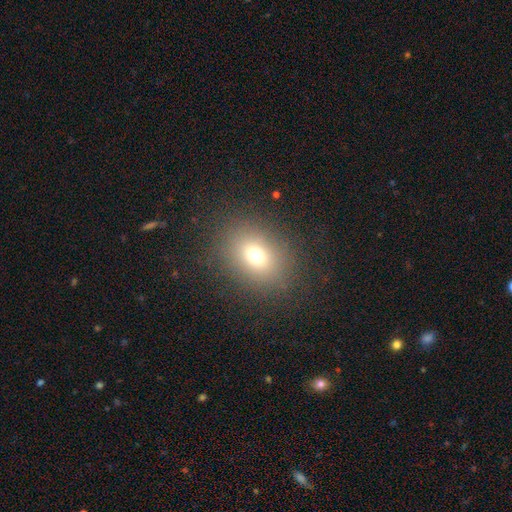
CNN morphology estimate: Q: Smooth or featured?
A: smooth (72%); runner-up: star or artifact (16%)
Q: How rounded?
A: in between (51%); runner-up: round (48%)
Q: Merging?
A: none (85%); runner-up: minor disturbance (9%)